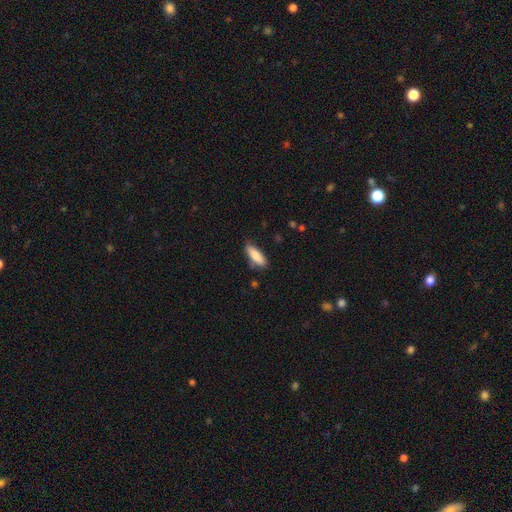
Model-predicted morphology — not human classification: Overall: smooth (84%). How rounded: in between (60%; cigar-shaped 38%). Merging: none (77%).